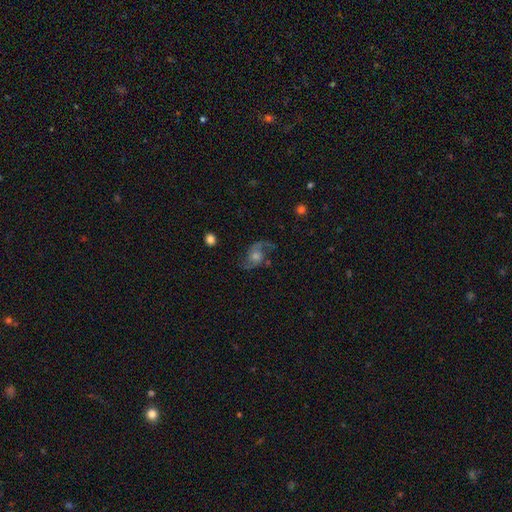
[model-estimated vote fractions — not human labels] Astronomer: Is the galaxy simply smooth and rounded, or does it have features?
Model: featured or disk — 79%.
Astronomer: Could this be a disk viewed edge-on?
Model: no — 96%.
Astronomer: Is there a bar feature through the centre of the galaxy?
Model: no — 69%.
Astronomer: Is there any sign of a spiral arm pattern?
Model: yes — 95%.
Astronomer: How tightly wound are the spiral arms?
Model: loose — 49% (runner-up: medium, 41%).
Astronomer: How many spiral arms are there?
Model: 2 — 89%.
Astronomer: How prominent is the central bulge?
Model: moderate — 54% (runner-up: small, 32%).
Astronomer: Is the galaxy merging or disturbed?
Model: none — 72%.